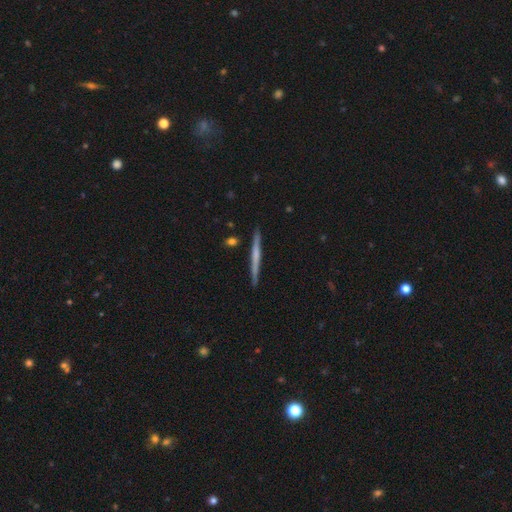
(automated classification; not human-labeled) Morphology: type=featured or disk (56%); edge-on=yes (98%); edge-on bulge=none (67%); merging=none (90%).